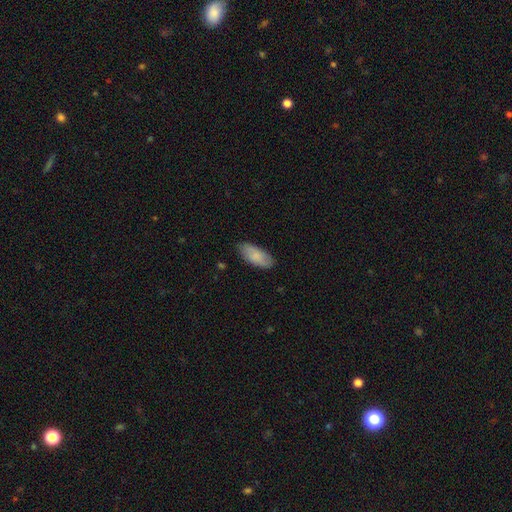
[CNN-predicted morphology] A smooth galaxy with no disk features (84%) that is in between round and cigar-shaped (88%). Merging: none (84%).